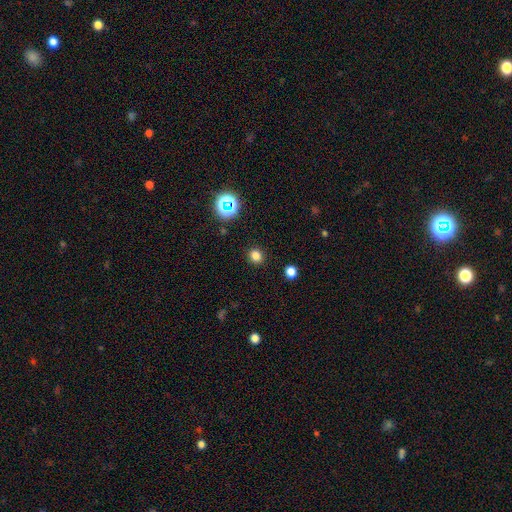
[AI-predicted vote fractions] Smooth or featured? smooth (79%)
How rounded? round (83%)
Merging? none (91%)